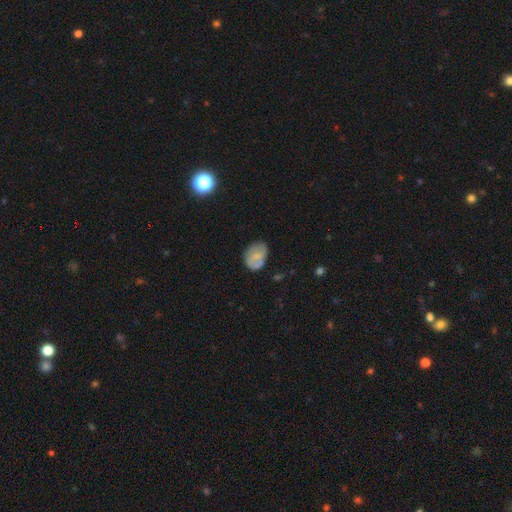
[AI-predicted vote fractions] Smooth or featured?
  - smooth: 67% *
  - featured or disk: 25%
  - star or artifact: 8%
How rounded?
  - in between: 71% *
  - round: 28%
  - cigar-shaped: 1%
Merging?
  - none: 62% *
  - minor disturbance: 27%
  - major disturbance: 9%
  - merger: 2%